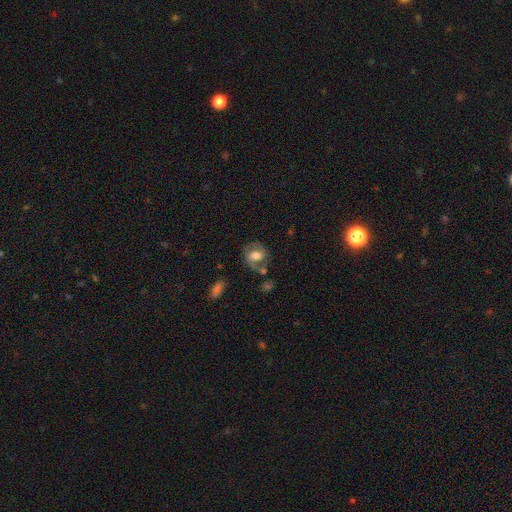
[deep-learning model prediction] Overall: featured or disk (65%; smooth 28%). Edge-on disk: no (96%). Bar: weak (42%; no 34%). Spiral arms: yes (82%). Spiral arm count: 2 (83%). Spiral winding: medium (51%; tight 27%). Bulge size: moderate (56%; large 29%). Merging: none (63%).